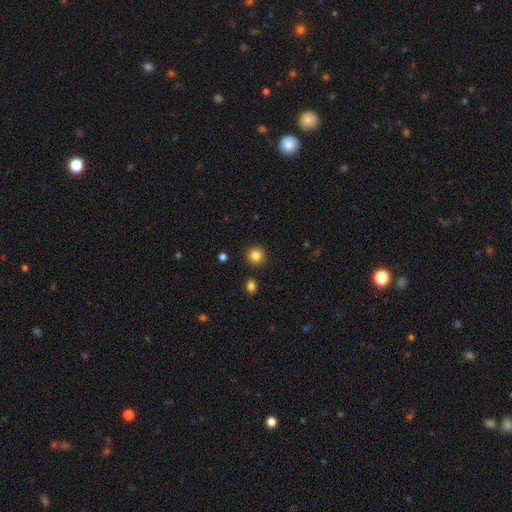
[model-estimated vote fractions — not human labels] Morphology: type=smooth (85%); roundness=round (93%); merging=none (91%).